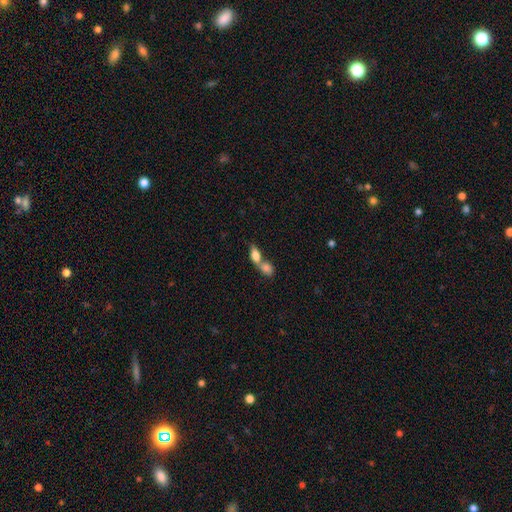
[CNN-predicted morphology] This appears to be a smooth galaxy with no disk features (77%) that is in between round and cigar-shaped (81%). Merging: merger (74%).